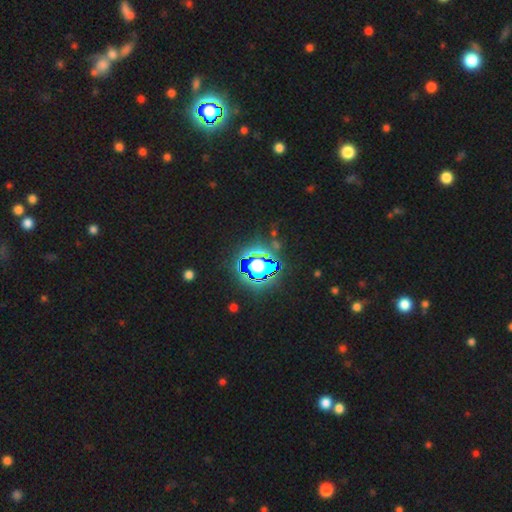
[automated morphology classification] A star or artifact, not a galaxy (84%).

Vote fractions:
- Smooth or featured? star or artifact: 84% / smooth: 10% / featured or disk: 7%